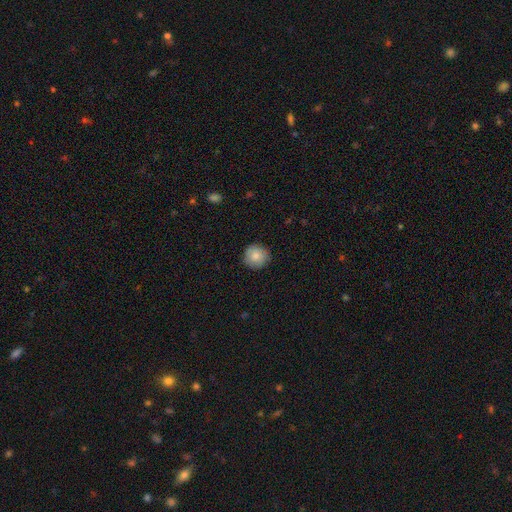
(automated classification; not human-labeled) The model was most divided on "smooth or featured": smooth: 81%, featured or disk: 11%, star or artifact: 8%. More confident: how rounded — round (93%); merging — none (86%).